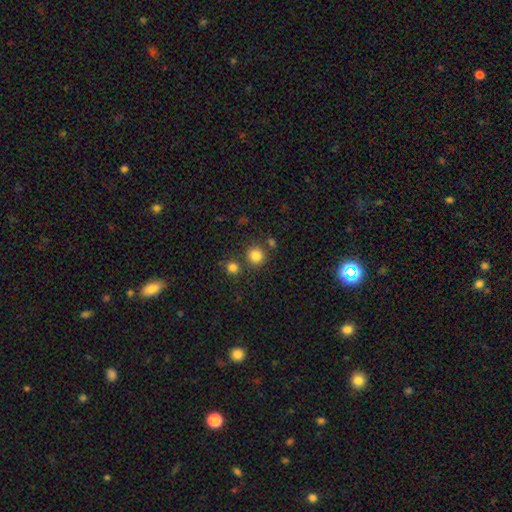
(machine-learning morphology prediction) smooth-or-featured: smooth: 83% | star or artifact: 13% | featured or disk: 5%
  how-rounded: round: 90% | in between: 9% | cigar-shaped: 1%
  merging: none: 78% | merger: 11% | minor disturbance: 8% | major disturbance: 3%